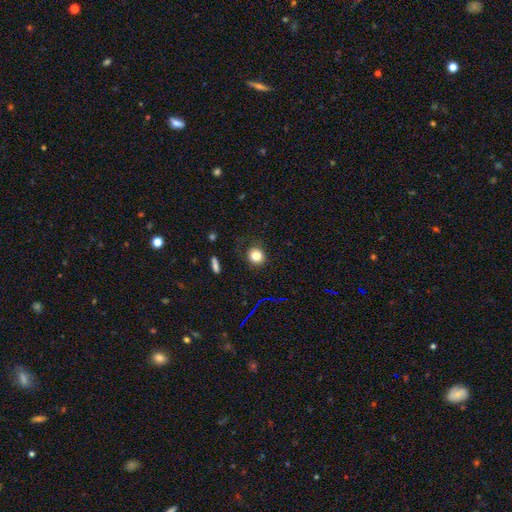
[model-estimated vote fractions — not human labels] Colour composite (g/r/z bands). It shows a smooth galaxy with no disk features (81%) that is round (82%). Merging: none (83%).